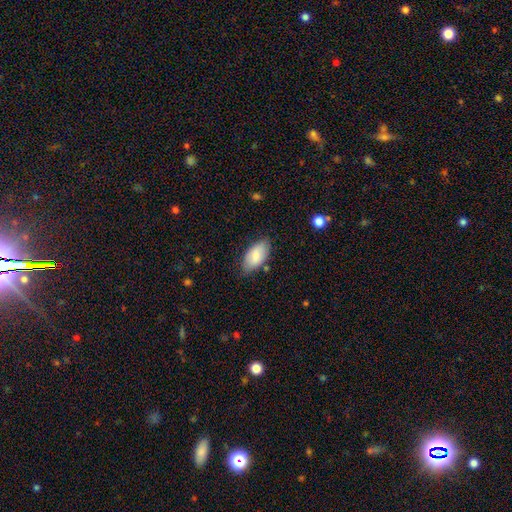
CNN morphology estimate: Overall: smooth (81%). How rounded: in between (94%). Merging: none (76%).